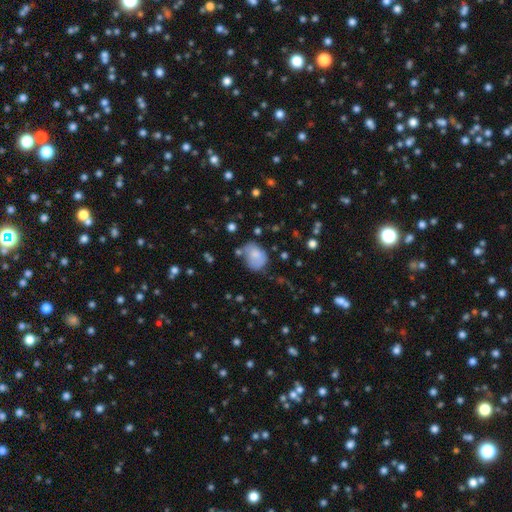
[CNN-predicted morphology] A smooth galaxy with no disk features (78%) that is in between round and cigar-shaped (60%). Merging: none (48%).